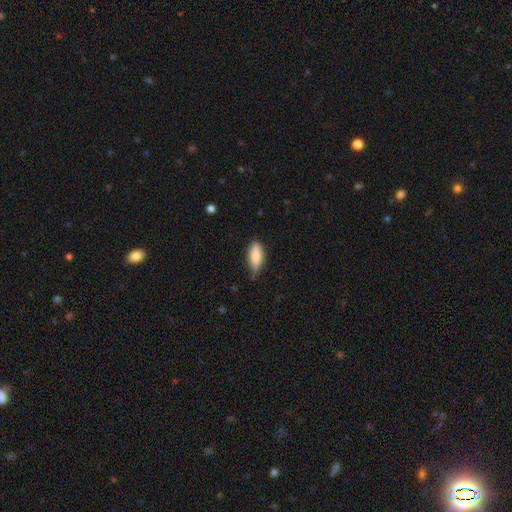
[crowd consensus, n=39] Q: Smooth or featured?
A: smooth (85%); runner-up: featured or disk (10%)
Q: How rounded?
A: in between (70%); runner-up: cigar-shaped (30%)
Q: Merging?
A: none (65%); runner-up: minor disturbance (32%)